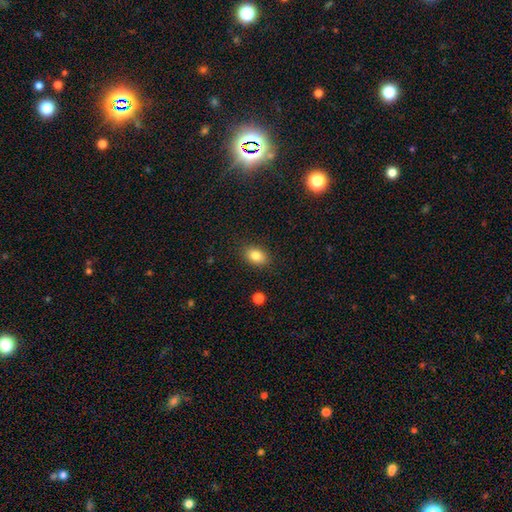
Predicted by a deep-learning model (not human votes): Overall: smooth (83%). How rounded: in between (77%). Merging: none (87%).